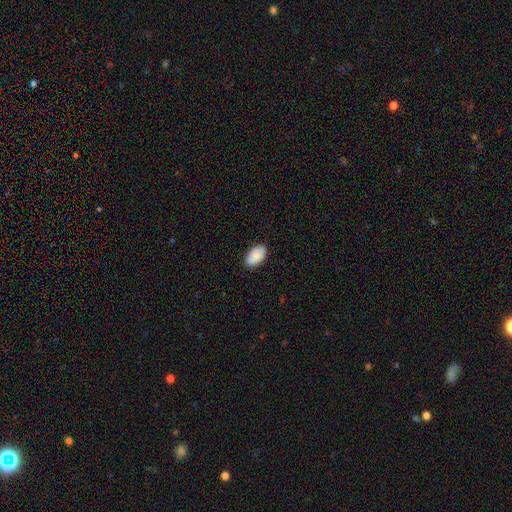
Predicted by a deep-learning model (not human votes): A smooth galaxy with no disk features (89%) that is in between round and cigar-shaped (94%). Merging: none (85%).